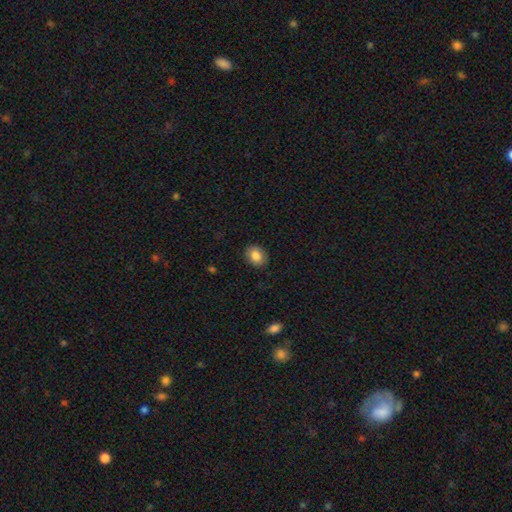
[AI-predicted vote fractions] smooth-or-featured: smooth: 84% | star or artifact: 8% | featured or disk: 7%
  how-rounded: in between: 52% | round: 47% | cigar-shaped: 1%
  merging: none: 89% | minor disturbance: 8% | major disturbance: 2% | merger: 1%